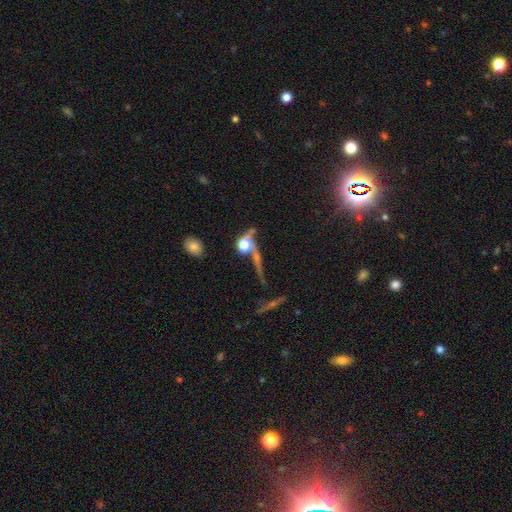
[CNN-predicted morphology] Q: Smooth or featured?
A: star or artifact (55%); runner-up: featured or disk (23%)